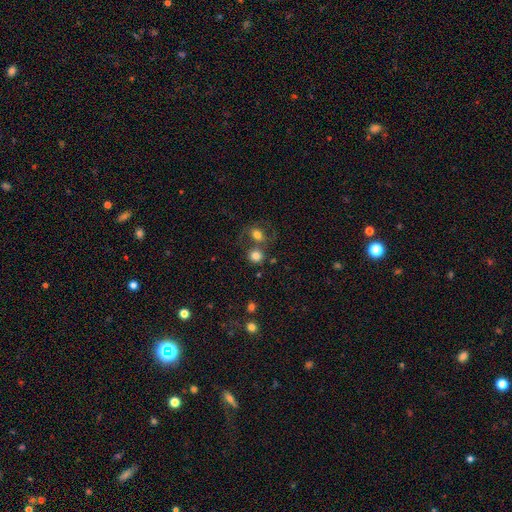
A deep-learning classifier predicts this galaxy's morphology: This is clearly a smooth galaxy (80%). How rounded: clearly round (80%). Merging: possibly none (51%).